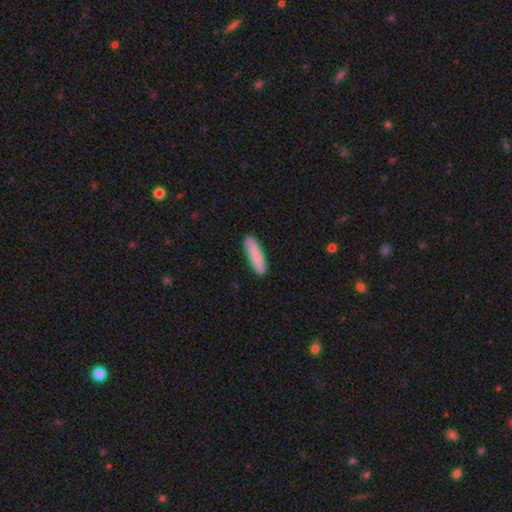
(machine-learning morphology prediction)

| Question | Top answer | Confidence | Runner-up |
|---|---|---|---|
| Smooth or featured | smooth | 86% | featured or disk (9%) |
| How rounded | cigar-shaped | 77% | in between (21%) |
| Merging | none | 87% | minor disturbance (10%) |